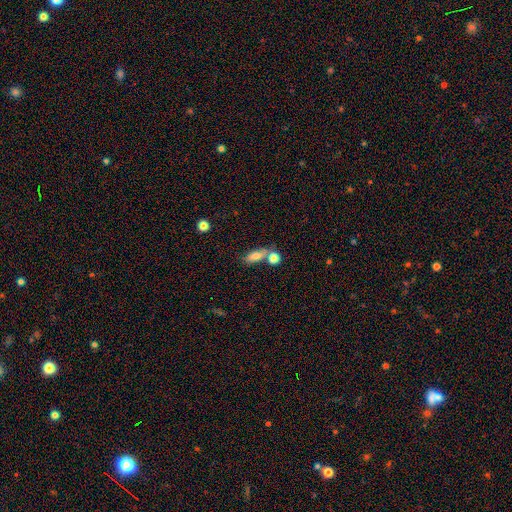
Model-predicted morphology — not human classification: A smooth galaxy with no disk features (75%) that is in between round and cigar-shaped (67%).

Vote fractions:
- Smooth or featured? smooth: 75% / featured or disk: 16% / star or artifact: 9%
- How rounded? in between: 67% / cigar-shaped: 25% / round: 9%
- Merging? none: 54% / merger: 28% / minor disturbance: 13% / major disturbance: 5%